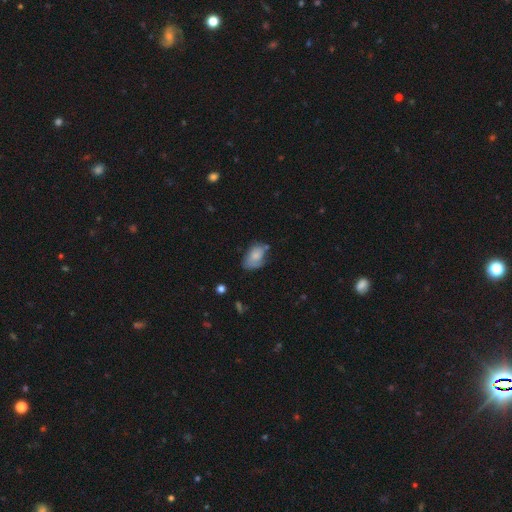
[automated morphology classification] A smooth galaxy with no disk features (64%) that is in between round and cigar-shaped (88%).

Vote fractions:
- Smooth or featured? smooth: 64% / featured or disk: 28% / star or artifact: 8%
- How rounded? in between: 88% / round: 10% / cigar-shaped: 2%
- Merging? none: 43% / minor disturbance: 35% / major disturbance: 16% / merger: 5%